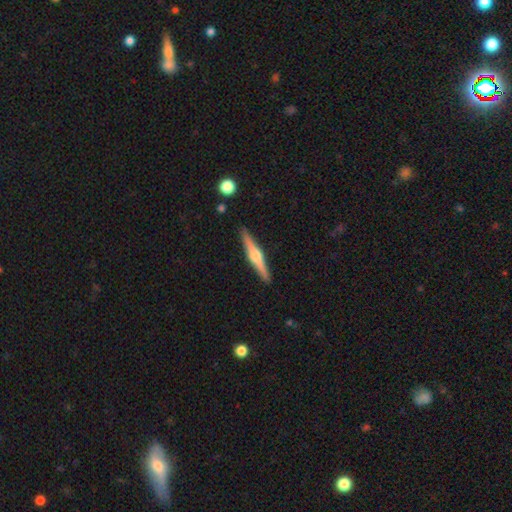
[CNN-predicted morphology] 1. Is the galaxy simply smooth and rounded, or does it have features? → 72% featured or disk, 23% smooth, 5% star or artifact.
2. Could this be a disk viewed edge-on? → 98% yes, 2% no.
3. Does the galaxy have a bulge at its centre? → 91% rounded, 5% boxy, 3% none.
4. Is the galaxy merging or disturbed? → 91% none, 6% minor disturbance, 1% major disturbance, 1% merger.